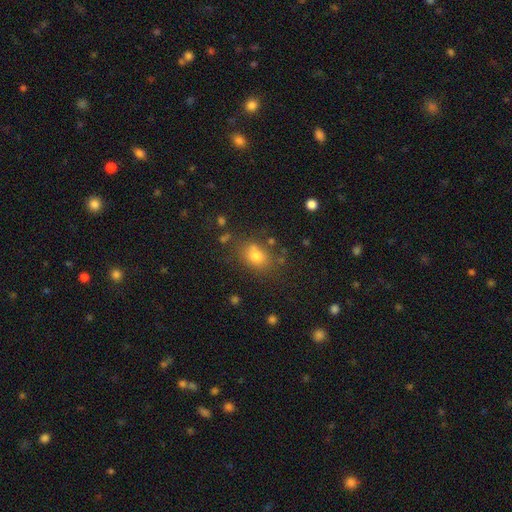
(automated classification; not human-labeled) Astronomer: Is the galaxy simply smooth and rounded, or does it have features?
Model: smooth — 75%.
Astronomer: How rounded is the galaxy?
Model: in between — 56% (runner-up: round, 42%).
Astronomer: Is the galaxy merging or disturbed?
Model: none — 66%.